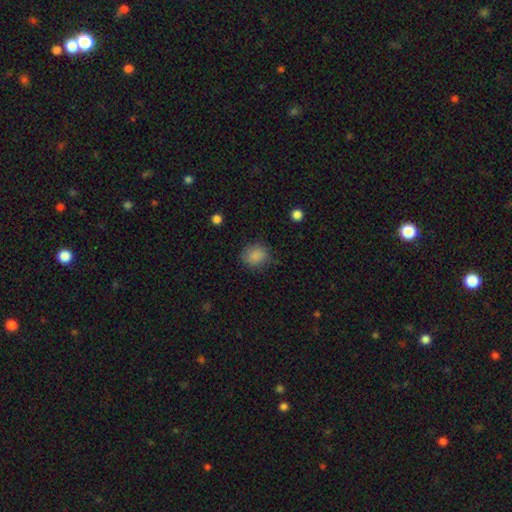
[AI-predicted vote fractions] A smooth galaxy with no disk features (86%) that is round (69%).

Vote fractions:
- Smooth or featured? smooth: 86% / star or artifact: 10% / featured or disk: 5%
- How rounded? round: 69% / in between: 30% / cigar-shaped: 1%
- Merging? none: 76% / minor disturbance: 18% / major disturbance: 5% / merger: 1%